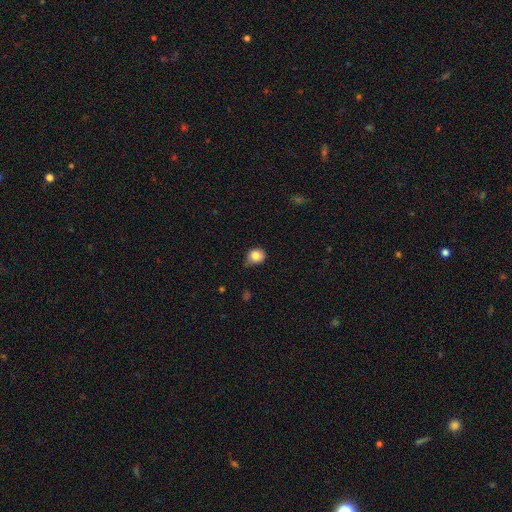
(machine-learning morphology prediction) The model was most divided on "merging": none: 50%, minor disturbance: 39%, major disturbance: 9%, merger: 2%. More confident: smooth or featured — smooth (82%); how rounded — round (70%).